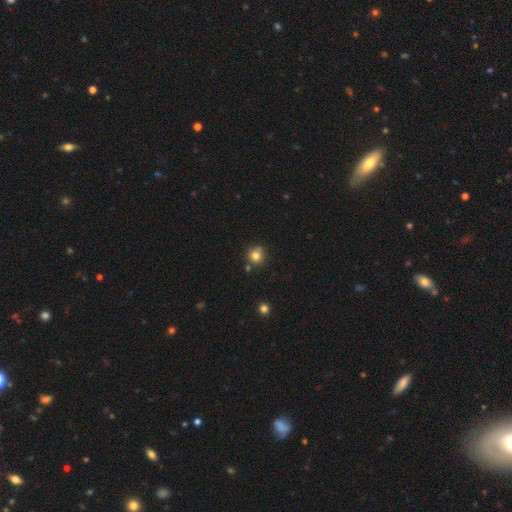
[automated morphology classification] smooth_or_featured: smooth (p=0.80) [alt: star or artifact p=0.13]
how_rounded: round (p=0.92) [alt: in between p=0.07]
merging: none (p=0.76) [alt: minor disturbance p=0.11]